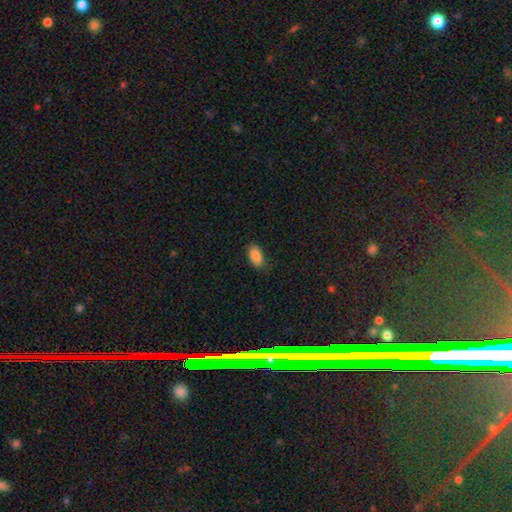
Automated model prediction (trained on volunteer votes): A smooth galaxy with no disk features (87%) that is in between round and cigar-shaped (93%).

Vote fractions:
- Smooth or featured? smooth: 87% / star or artifact: 8% / featured or disk: 6%
- How rounded? in between: 93% / round: 4% / cigar-shaped: 3%
- Merging? none: 82% / minor disturbance: 14% / major disturbance: 3% / merger: 1%